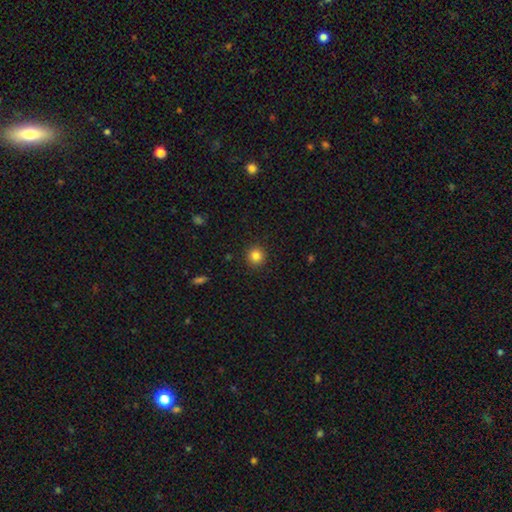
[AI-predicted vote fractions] This appears to be a smooth galaxy with no disk features (84%) that is round (93%). Merging: none (91%).